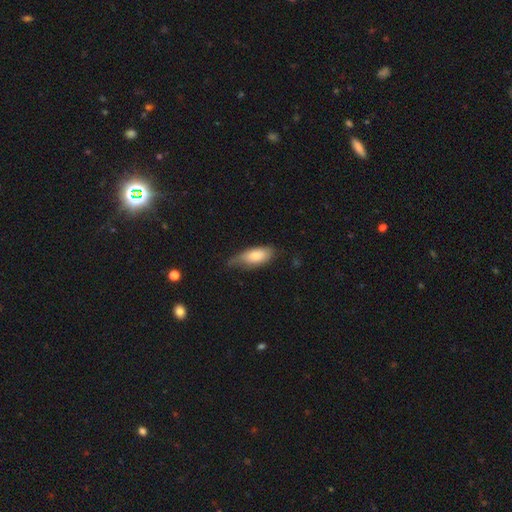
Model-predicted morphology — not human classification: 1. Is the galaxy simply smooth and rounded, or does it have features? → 74% smooth, 20% featured or disk, 6% star or artifact.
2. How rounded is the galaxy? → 84% in between, 13% cigar-shaped, 3% round.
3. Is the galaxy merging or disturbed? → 46% none, 41% minor disturbance, 11% major disturbance, 2% merger.